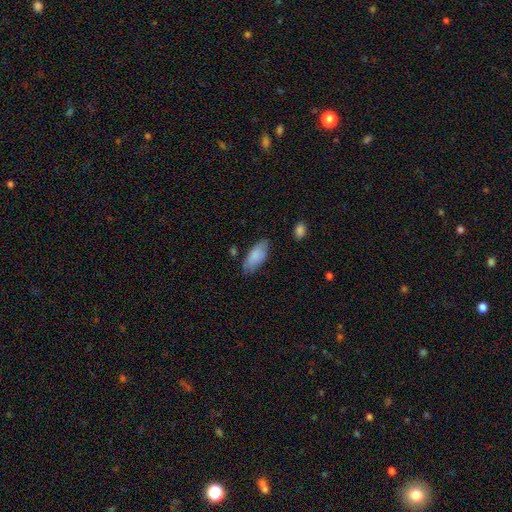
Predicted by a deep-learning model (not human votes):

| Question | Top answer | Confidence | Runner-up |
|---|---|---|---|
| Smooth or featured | smooth | 84% | featured or disk (10%) |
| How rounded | in between | 85% | cigar-shaped (14%) |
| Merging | none | 77% | minor disturbance (17%) |